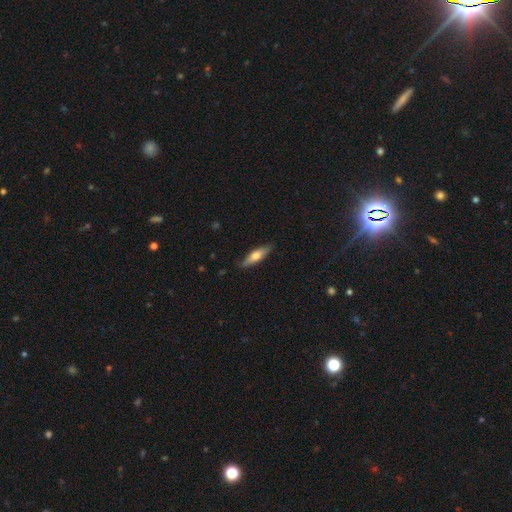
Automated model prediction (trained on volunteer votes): This appears to be a smooth galaxy with no disk features (56%) that is cigar-shaped (65%). Merging: none (84%).